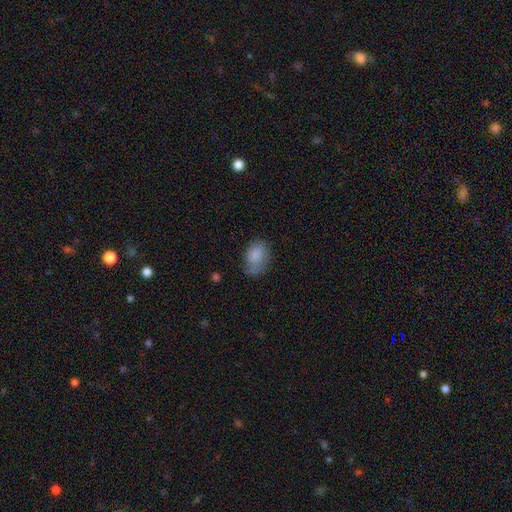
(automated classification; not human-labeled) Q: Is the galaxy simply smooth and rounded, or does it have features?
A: smooth — 79%.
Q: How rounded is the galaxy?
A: in between — 86%.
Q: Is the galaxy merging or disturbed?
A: none — 47%.